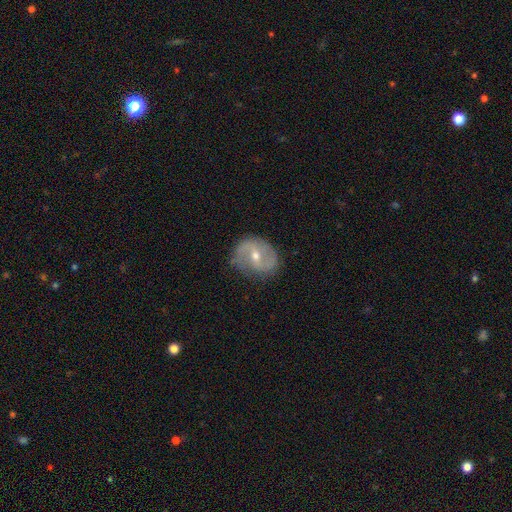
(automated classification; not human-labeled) A featured or disk galaxy (78%) with a weak bar (48%), 2 (85%) medium (44%) spiral arms (90%) and a moderate central bulge (56%). Merging: none (75%).